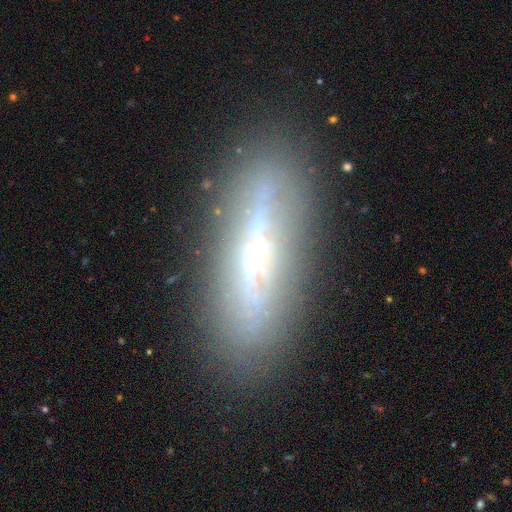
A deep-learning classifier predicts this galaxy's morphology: A featured or disk galaxy (68%) viewed edge-on (79%) with a rounded central bulge (60%). Merging: none (81%).